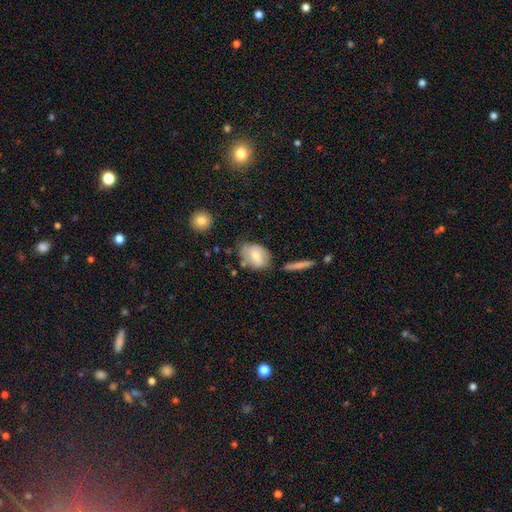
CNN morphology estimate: type=smooth (61%); roundness=in between (74%); merging=none (58%).